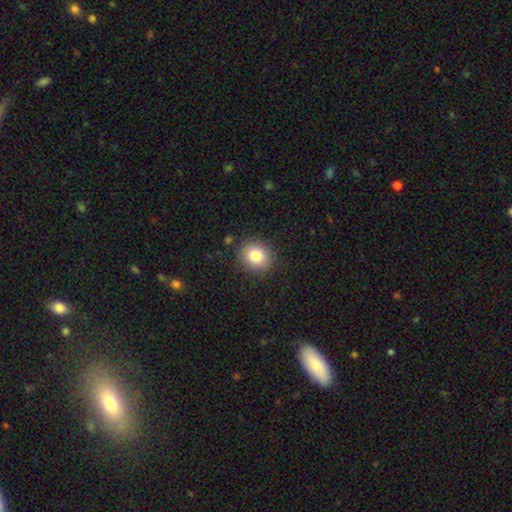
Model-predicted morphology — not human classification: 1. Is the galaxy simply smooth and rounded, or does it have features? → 81% smooth, 11% star or artifact, 8% featured or disk.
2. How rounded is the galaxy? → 78% round, 21% in between, 1% cigar-shaped.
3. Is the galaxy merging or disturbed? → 88% none, 8% minor disturbance, 2% major disturbance, 1% merger.